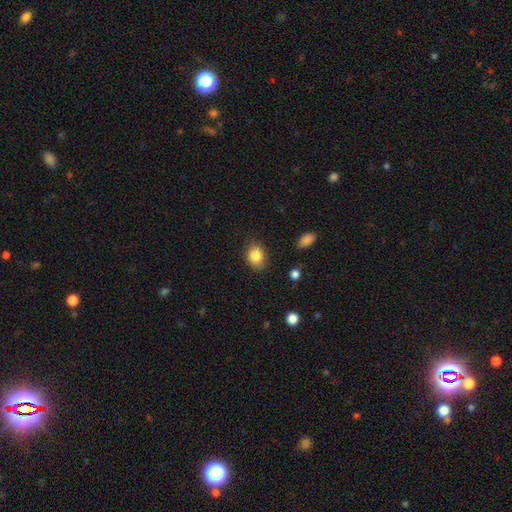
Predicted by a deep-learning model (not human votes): Morphology: type=smooth (84%); roundness=in between (66%); merging=none (82%).